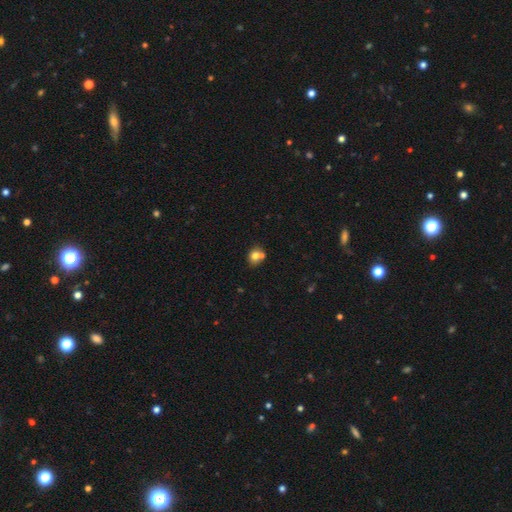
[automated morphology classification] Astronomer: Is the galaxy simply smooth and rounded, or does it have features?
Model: smooth — 75%.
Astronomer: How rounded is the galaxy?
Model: round — 66%.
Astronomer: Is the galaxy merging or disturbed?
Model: none — 50% (runner-up: merger, 36%).